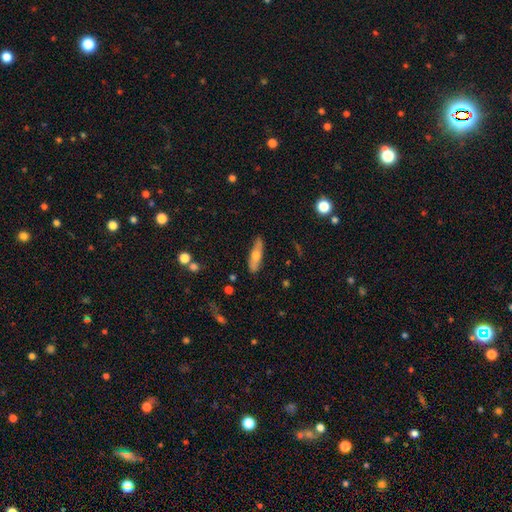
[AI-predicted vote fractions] smooth 59%, featured or disk 35%, star or artifact 6%. Down the decision tree: how rounded — cigar-shaped (67%); merging — none (85%).